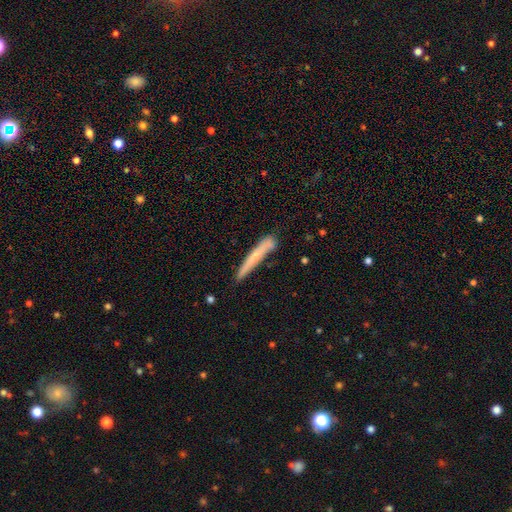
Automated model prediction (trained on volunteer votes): Q: Smooth or featured?
A: smooth (64%); runner-up: featured or disk (29%)
Q: How rounded?
A: cigar-shaped (96%); runner-up: in between (3%)
Q: Merging?
A: none (75%); runner-up: minor disturbance (18%)